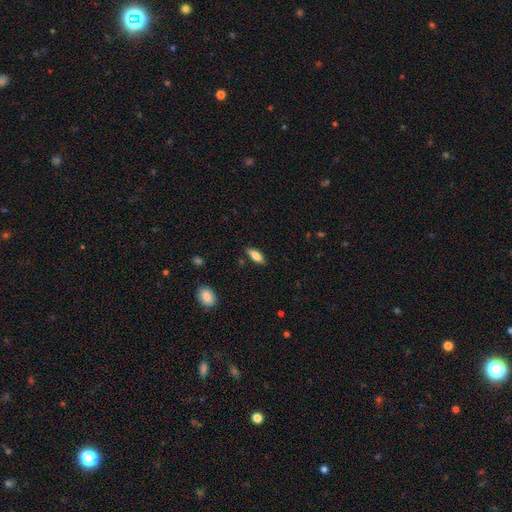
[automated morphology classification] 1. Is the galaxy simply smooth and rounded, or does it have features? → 76% smooth, 17% featured or disk, 7% star or artifact.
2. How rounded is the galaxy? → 68% in between, 29% cigar-shaped, 2% round.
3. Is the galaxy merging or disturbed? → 83% none, 13% minor disturbance, 3% major disturbance, 2% merger.